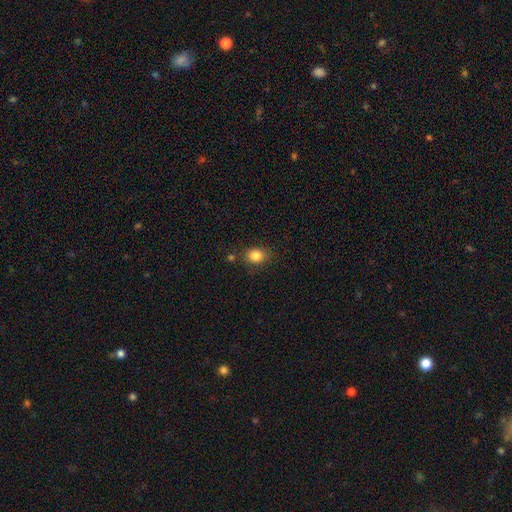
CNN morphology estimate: Smooth or featured: smooth — 84% (star or artifact — 10%)
How rounded: round — 53% (in between — 46%)
Merging: none — 77% (minor disturbance — 14%)